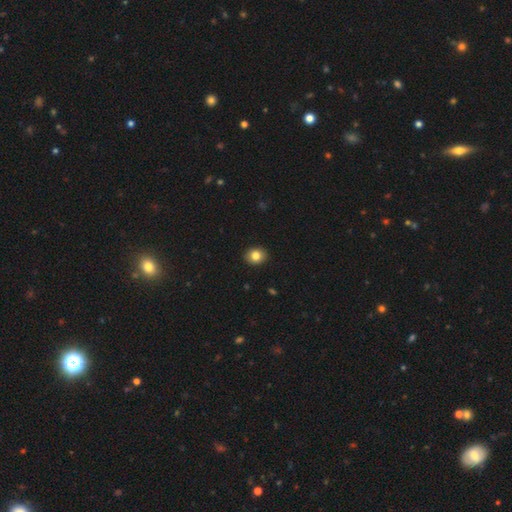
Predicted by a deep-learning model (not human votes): This appears to be a smooth galaxy with no disk features (83%) that is round (65%). Merging: none (92%).